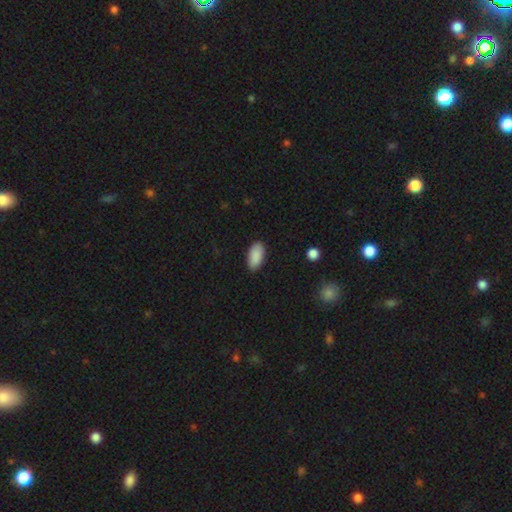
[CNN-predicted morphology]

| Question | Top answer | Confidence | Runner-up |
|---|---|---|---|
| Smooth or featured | smooth | 90% | star or artifact (6%) |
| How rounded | in between | 94% | cigar-shaped (4%) |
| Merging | none | 86% | minor disturbance (11%) |